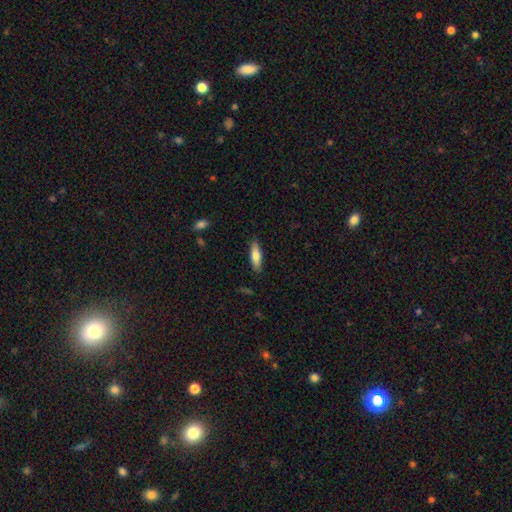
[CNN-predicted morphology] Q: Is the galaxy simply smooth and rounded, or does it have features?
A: smooth — 75%.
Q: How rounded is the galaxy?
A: cigar-shaped — 56%.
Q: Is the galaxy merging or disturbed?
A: none — 85%.